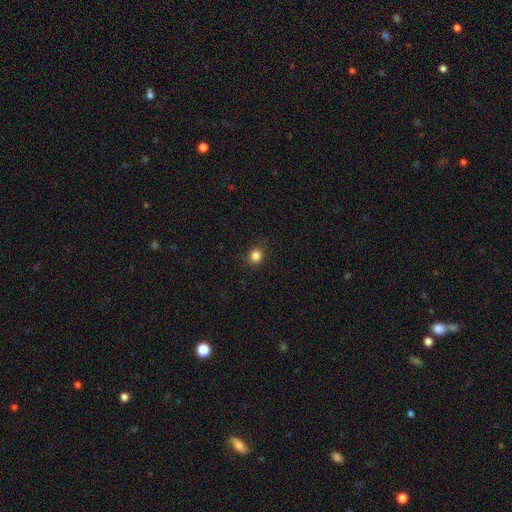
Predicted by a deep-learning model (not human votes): Q: Smooth or featured?
A: smooth (84%); runner-up: star or artifact (12%)
Q: How rounded?
A: round (86%); runner-up: in between (13%)
Q: Merging?
A: none (89%); runner-up: minor disturbance (8%)